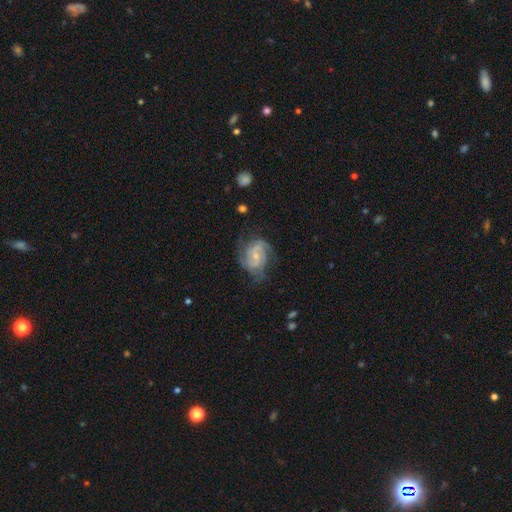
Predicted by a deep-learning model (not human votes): A featured or disk galaxy (83%) with no bar (46%), 2 (55%) medium (48%) spiral arms (95%) and a small central bulge (65%). Merging: none (63%).